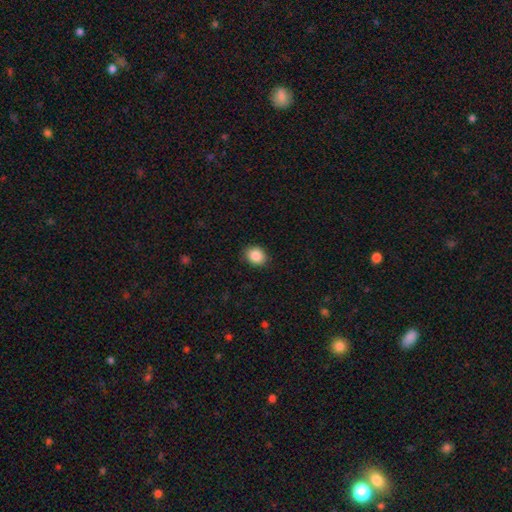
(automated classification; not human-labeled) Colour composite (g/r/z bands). It shows a smooth galaxy with no disk features (88%) that is round (54%). Merging: none (88%).